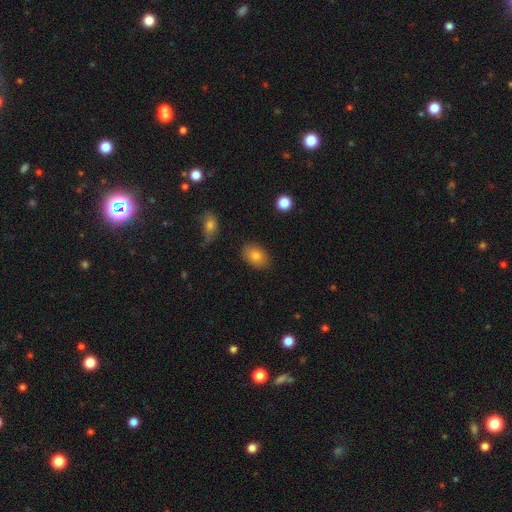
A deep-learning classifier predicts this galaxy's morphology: This is clearly a smooth galaxy (81%). How rounded: clearly in between (84%). Merging: clearly none (85%).